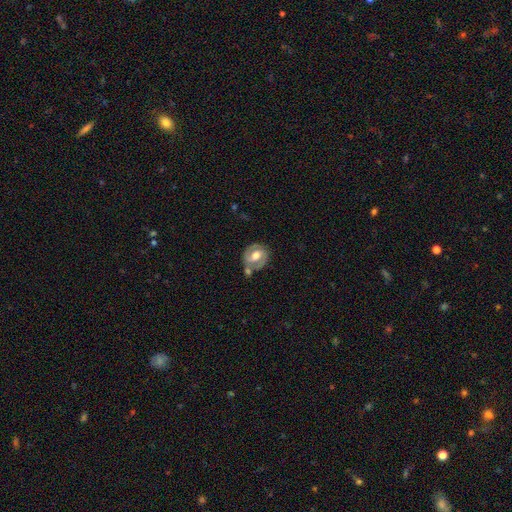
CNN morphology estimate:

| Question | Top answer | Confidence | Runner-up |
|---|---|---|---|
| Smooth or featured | featured or disk | 72% | smooth (22%) |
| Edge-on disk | no | 97% | yes (3%) |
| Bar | weak | 45% | no (34%) |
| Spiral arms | yes | 85% | no (15%) |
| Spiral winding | tight | 47% | medium (41%) |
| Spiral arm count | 2 | 82% | can't tell (8%) |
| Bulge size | moderate | 66% | large (21%) |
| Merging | none | 60% | minor disturbance (19%) |